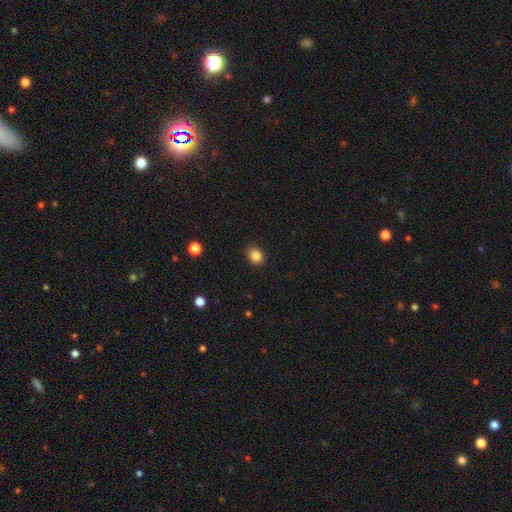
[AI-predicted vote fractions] The model was most divided on "how rounded": round: 50%, in between: 49%, cigar-shaped: 1%. More confident: merging — none (87%); smooth or featured — smooth (86%).